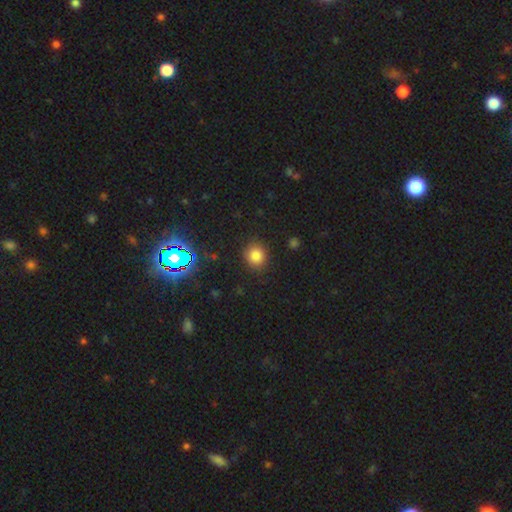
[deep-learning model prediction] This is likely a smooth galaxy (80%). How rounded: clearly round (86%). Merging: clearly none (88%).